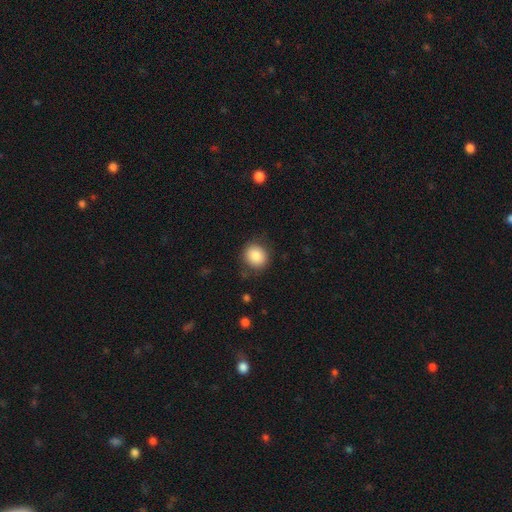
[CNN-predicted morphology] Q: Smooth or featured?
A: smooth (86%); runner-up: star or artifact (9%)
Q: How rounded?
A: round (82%); runner-up: in between (17%)
Q: Merging?
A: none (84%); runner-up: minor disturbance (11%)